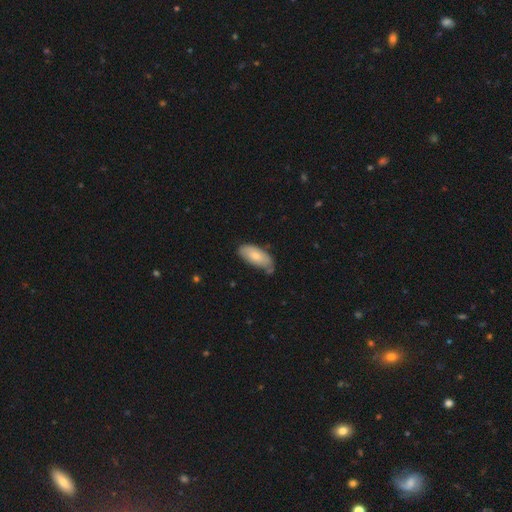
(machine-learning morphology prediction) This is likely a smooth galaxy (72%). How rounded: clearly in between (88%). Merging: possibly none (59%).